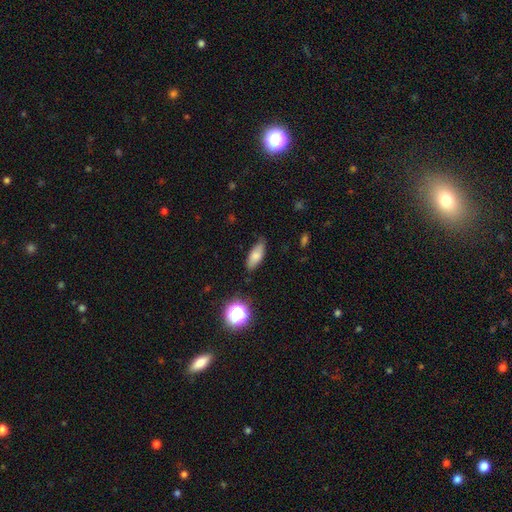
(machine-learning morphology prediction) Smooth or featured? Predicted: smooth (p=0.76). How rounded? Predicted: in between (p=0.77). Merging? Predicted: none (p=0.75).